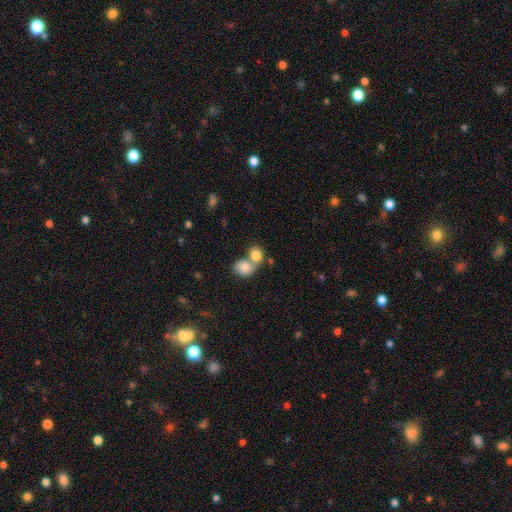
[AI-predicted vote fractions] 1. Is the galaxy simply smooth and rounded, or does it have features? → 81% smooth, 11% featured or disk, 8% star or artifact.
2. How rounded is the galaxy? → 61% round, 38% in between, 1% cigar-shaped.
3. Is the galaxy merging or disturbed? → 66% merger, 25% none, 6% minor disturbance, 3% major disturbance.